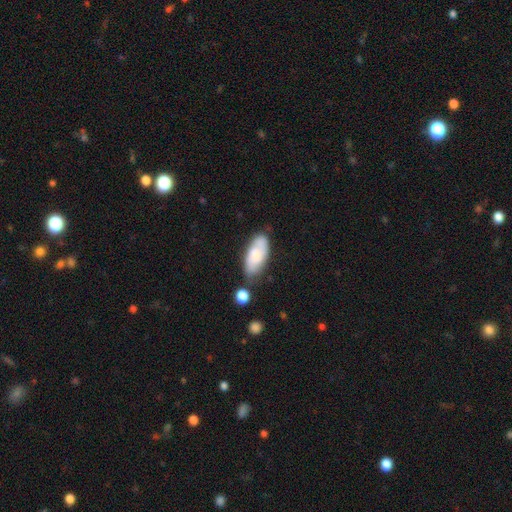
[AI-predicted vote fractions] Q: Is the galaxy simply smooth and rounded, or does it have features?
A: smooth — 67%.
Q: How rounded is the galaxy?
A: in between — 87%.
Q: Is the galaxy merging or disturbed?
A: none — 59%.